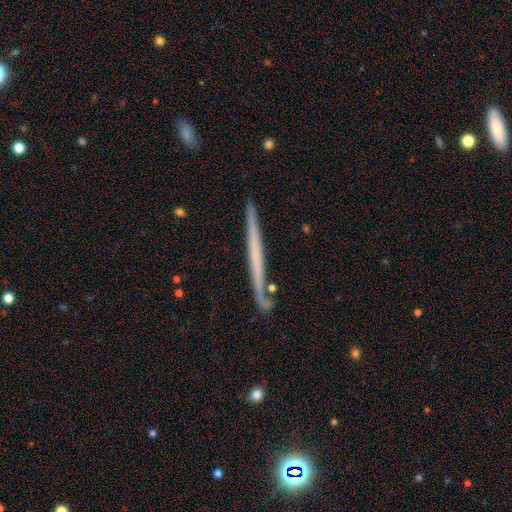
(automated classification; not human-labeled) Smooth or featured?
  - featured or disk: 55% *
  - smooth: 39%
  - star or artifact: 6%
Edge-on disk?
  - yes: 97% *
  - no: 3%
Edge-on bulge?
  - none: 89% *
  - rounded: 7%
  - boxy: 4%
Merging?
  - none: 86% *
  - minor disturbance: 10%
  - merger: 3%
  - major disturbance: 2%